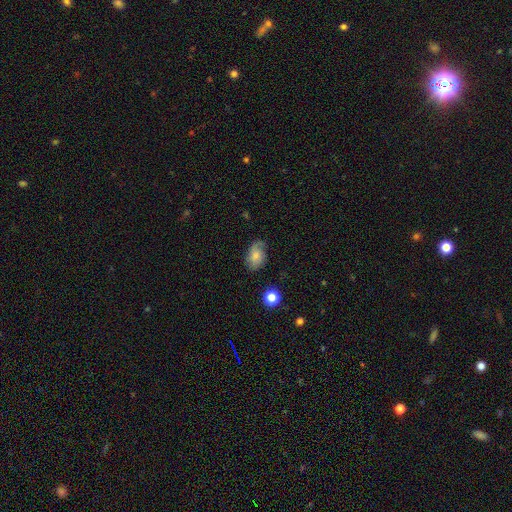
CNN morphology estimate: Overall: smooth (67%). How rounded: in between (85%). Merging: none (65%; minor disturbance 27%).